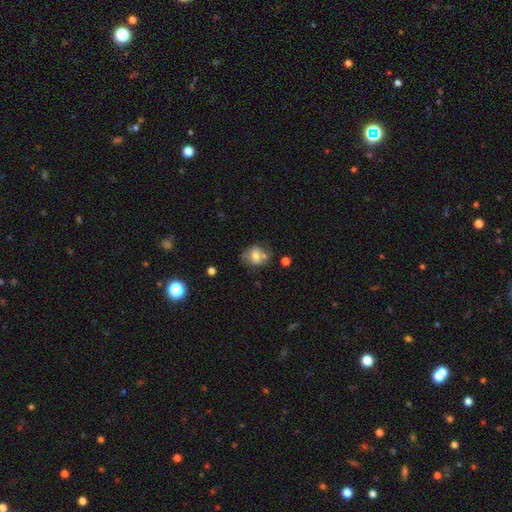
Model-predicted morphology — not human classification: Overall: smooth (67%). How rounded: round (63%; in between 36%). Merging: none (52%; merger 22%).